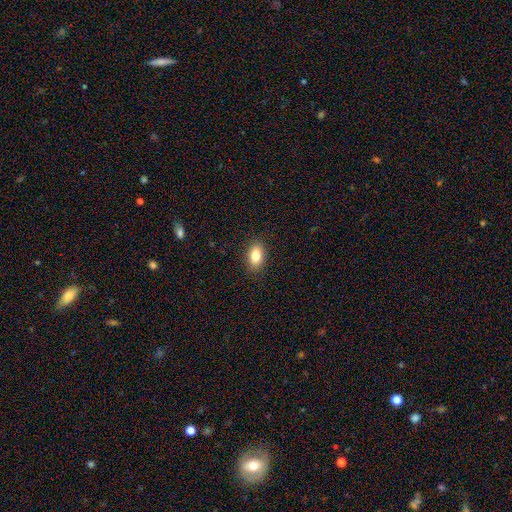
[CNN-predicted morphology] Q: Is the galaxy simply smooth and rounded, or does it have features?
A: smooth — 82%.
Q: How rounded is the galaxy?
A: in between — 87%.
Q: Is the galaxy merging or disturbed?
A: none — 89%.